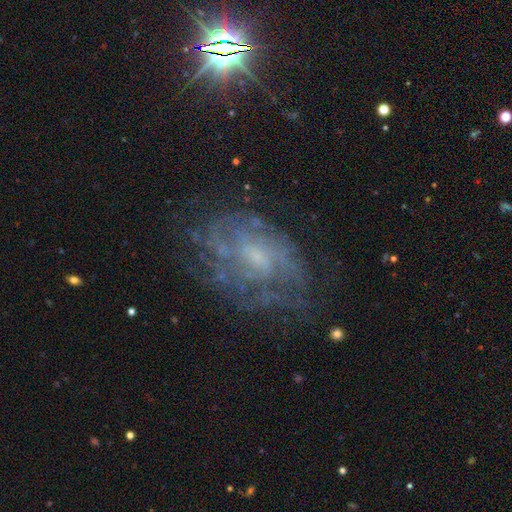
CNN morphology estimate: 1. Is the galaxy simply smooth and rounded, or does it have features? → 72% featured or disk, 15% smooth, 14% star or artifact.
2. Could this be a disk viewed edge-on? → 96% no, 4% yes.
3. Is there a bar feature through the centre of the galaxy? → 58% no, 36% weak, 6% strong.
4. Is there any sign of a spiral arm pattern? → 77% yes, 23% no.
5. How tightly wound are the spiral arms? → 50% tight, 34% medium, 16% loose.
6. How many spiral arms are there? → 59% can't tell, 12% 2, 9% 3, 9% 4, 6% more than 4, 5% 1.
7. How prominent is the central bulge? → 54% small, 26% moderate, 17% none, 2% large, 1% dominant.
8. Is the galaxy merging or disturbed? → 67% none, 19% minor disturbance, 13% major disturbance, 2% merger.